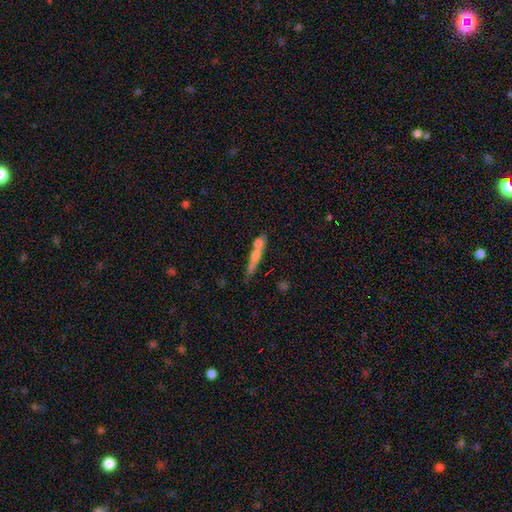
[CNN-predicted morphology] Q: Smooth or featured?
A: smooth (49%); runner-up: featured or disk (41%)
Q: Merging?
A: none (55%); runner-up: merger (26%)